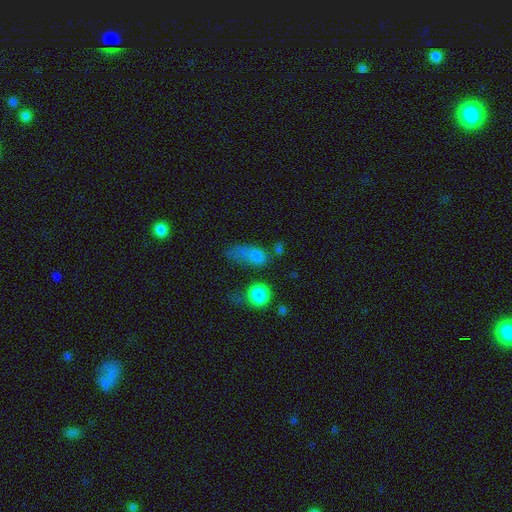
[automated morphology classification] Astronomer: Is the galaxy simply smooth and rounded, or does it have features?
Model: smooth — 72%.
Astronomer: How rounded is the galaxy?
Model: in between — 61%.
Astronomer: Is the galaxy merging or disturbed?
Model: major disturbance — 40% (runner-up: none, 28%).